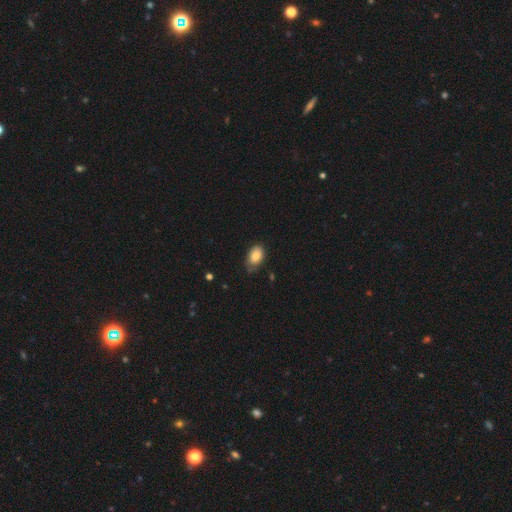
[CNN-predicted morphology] This appears to be a smooth galaxy with no disk features (82%) that is in between round and cigar-shaped (88%). Merging: none (61%).